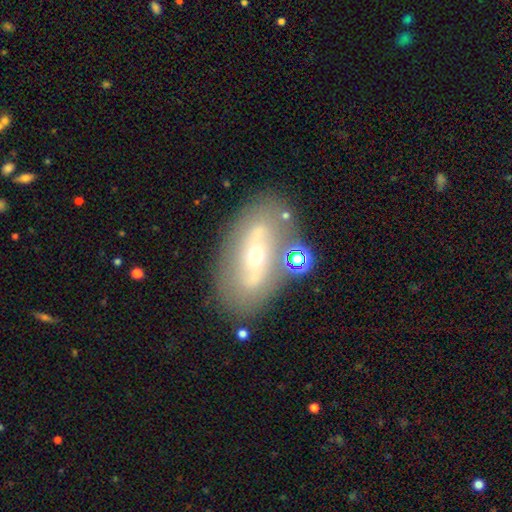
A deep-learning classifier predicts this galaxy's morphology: Q: Smooth or featured?
A: featured or disk (68%); runner-up: smooth (24%)
Q: Edge-on disk?
A: no (87%); runner-up: yes (13%)
Q: Bar?
A: no (52%); runner-up: strong (25%)
Q: Spiral arms?
A: no (58%); runner-up: yes (42%)
Q: Bulge size?
A: small (56%); runner-up: moderate (40%)
Q: Merging?
A: none (76%); runner-up: minor disturbance (13%)